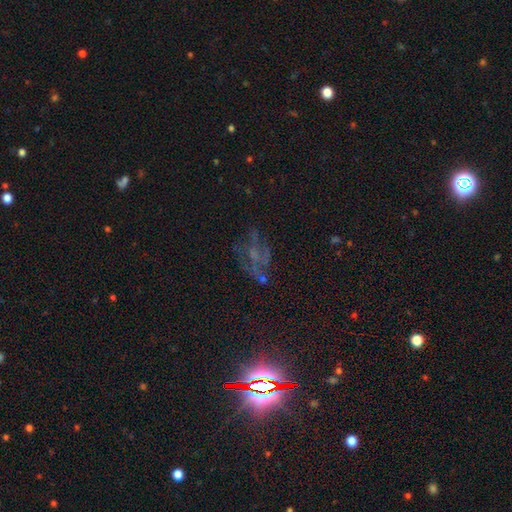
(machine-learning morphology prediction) Q: Smooth or featured?
A: featured or disk (47%); runner-up: star or artifact (35%)
Q: Merging?
A: none (49%); runner-up: major disturbance (27%)